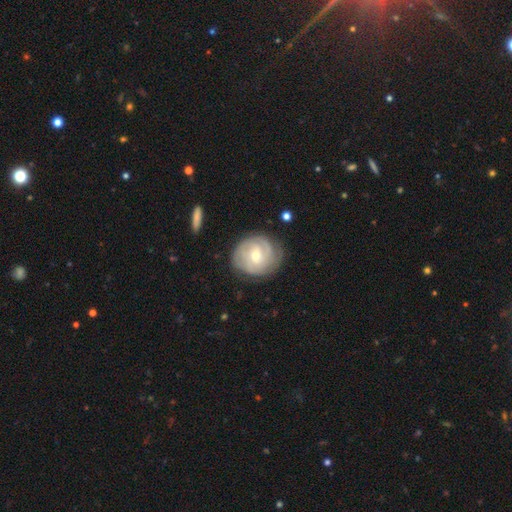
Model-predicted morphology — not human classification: smooth-or-featured: featured or disk: 75% | smooth: 19% | star or artifact: 6%
  disk-edge-on: no: 97% | yes: 3%
    bar: no: 50% | weak: 40% | strong: 9%
    has-spiral-arms: yes: 90% | no: 10%
      spiral-winding: tight: 70% | medium: 23% | loose: 7%
      spiral-arm-count: can't tell: 41% | 2: 23% | 3: 19% | 4: 7% | 1: 6% | more than 4: 4%
    bulge-size: moderate: 53% | small: 44% | large: 2% | none: 1% | dominant: 1%
  merging: none: 74% | minor disturbance: 18% | major disturbance: 6% | merger: 1%